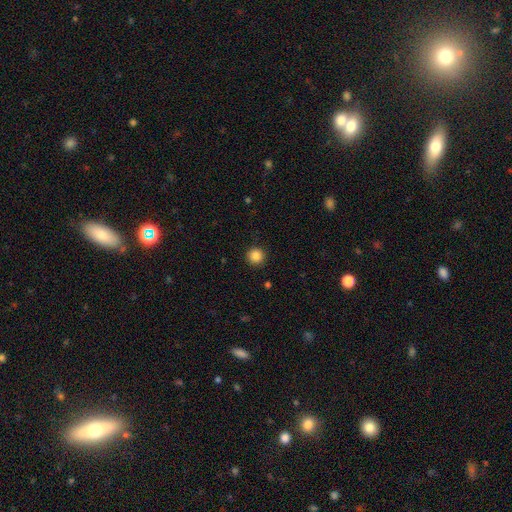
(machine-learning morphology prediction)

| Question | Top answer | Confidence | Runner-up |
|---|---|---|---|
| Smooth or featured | smooth | 86% | star or artifact (10%) |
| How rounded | round | 96% | in between (3%) |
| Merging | none | 92% | minor disturbance (5%) |